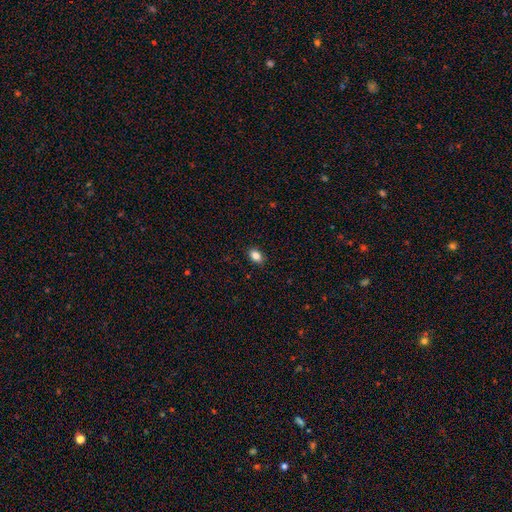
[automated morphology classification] This appears to be a smooth galaxy with no disk features (85%) that is in between round and cigar-shaped (80%). Merging: none (89%).